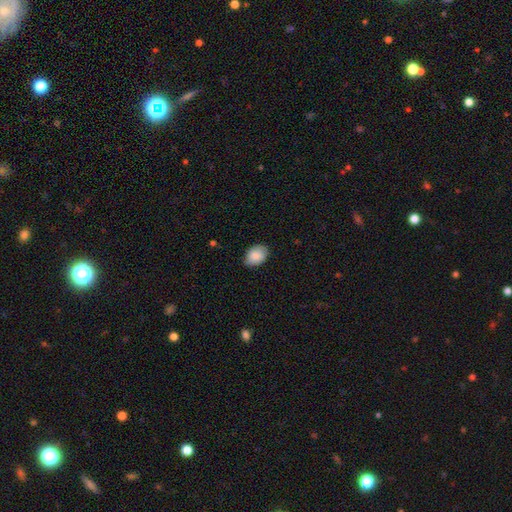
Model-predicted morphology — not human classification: smooth 86%, featured or disk 7%, star or artifact 7%. Down the decision tree: how rounded — in between (78%); merging — none (79%).